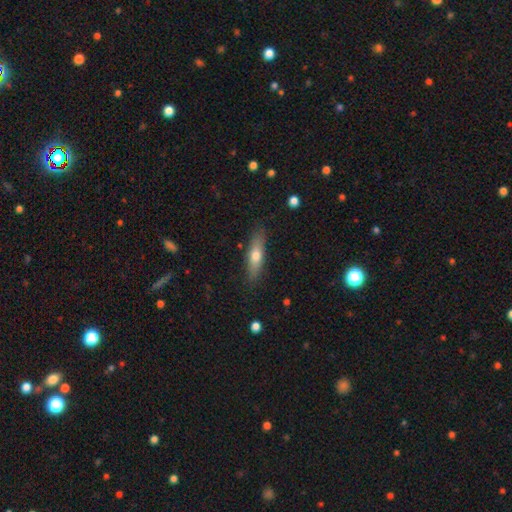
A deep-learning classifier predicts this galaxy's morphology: type=smooth (64%); roundness=cigar-shaped (60%); merging=none (84%).